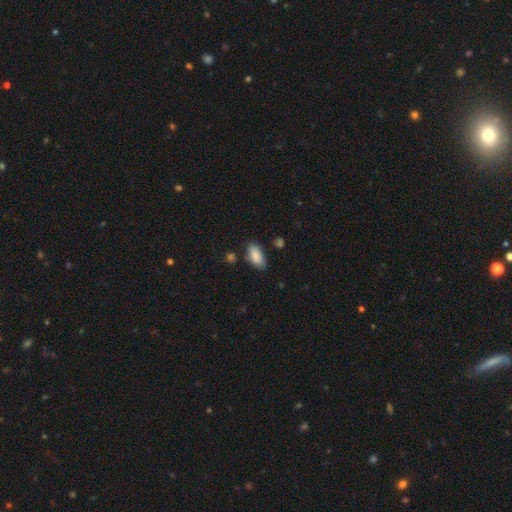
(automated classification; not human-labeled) Morphology: type=smooth (88%); roundness=in between (91%); merging=none (79%).